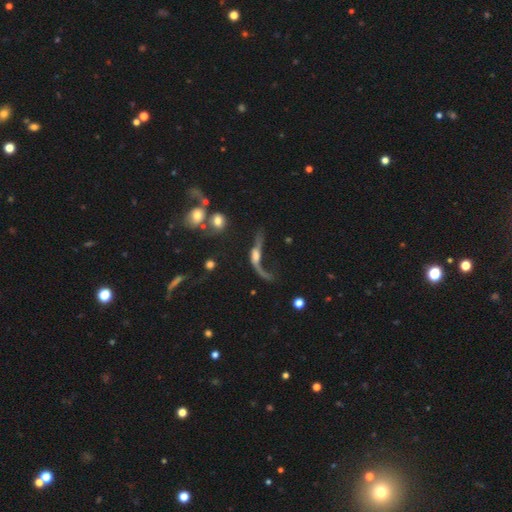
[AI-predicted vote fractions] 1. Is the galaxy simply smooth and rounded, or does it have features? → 72% featured or disk, 18% smooth, 10% star or artifact.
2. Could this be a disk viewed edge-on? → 77% no, 23% yes.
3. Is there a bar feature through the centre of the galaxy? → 59% no, 28% weak, 12% strong.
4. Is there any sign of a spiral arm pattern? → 82% yes, 18% no.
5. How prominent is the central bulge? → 39% moderate, 26% small, 16% large, 14% none, 5% dominant.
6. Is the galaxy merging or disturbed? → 42% major disturbance, 28% none, 16% merger, 14% minor disturbance.